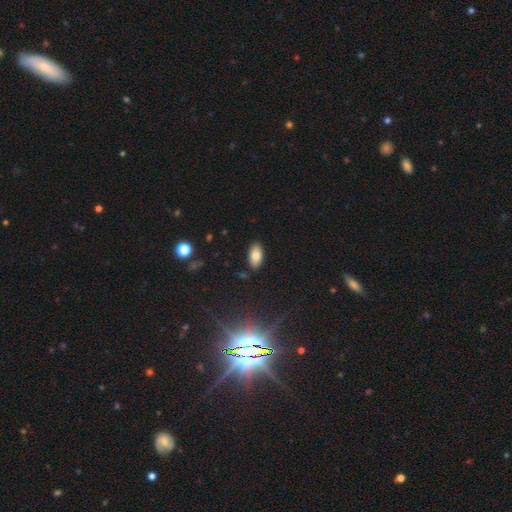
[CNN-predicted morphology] smooth 80%, featured or disk 11%, star or artifact 9%. Down the decision tree: how rounded — in between (94%); merging — none (87%).